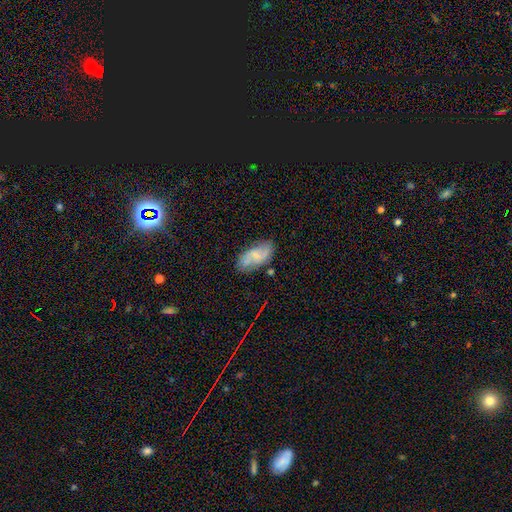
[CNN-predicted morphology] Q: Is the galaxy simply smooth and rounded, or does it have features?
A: smooth — 47%.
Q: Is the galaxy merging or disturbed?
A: none — 68%.